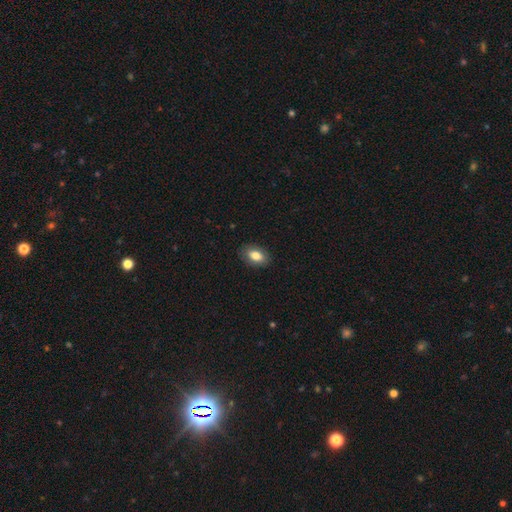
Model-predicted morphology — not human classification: This is clearly a smooth galaxy (82%). How rounded: clearly in between (89%). Merging: clearly none (87%).